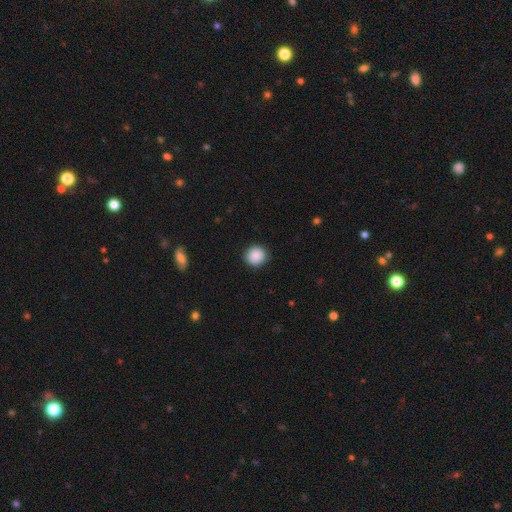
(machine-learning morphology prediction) Smooth or featured: smooth — 89% (star or artifact — 8%)
How rounded: round — 91% (in between — 8%)
Merging: none — 89% (minor disturbance — 8%)